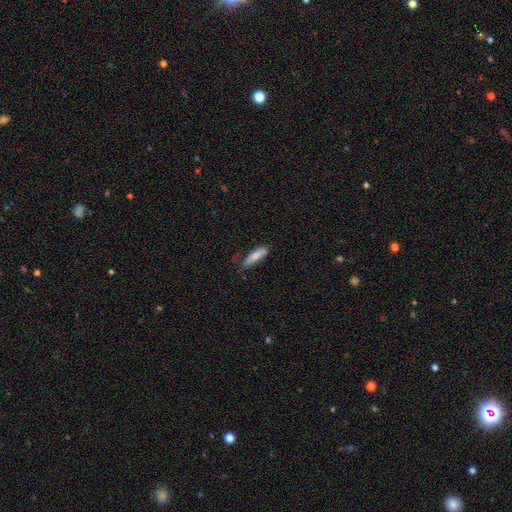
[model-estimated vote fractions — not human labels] smooth 81%, featured or disk 13%, star or artifact 6%. Down the decision tree: how rounded — cigar-shaped (60%); merging — none (69%).